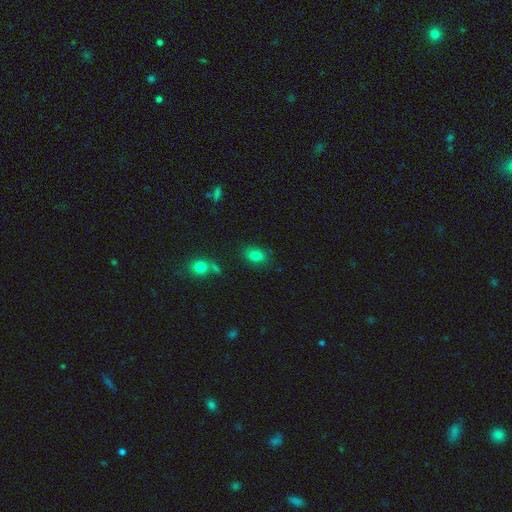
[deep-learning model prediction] Smooth or featured?
  - smooth: 80% *
  - star or artifact: 12%
  - featured or disk: 8%
How rounded?
  - in between: 73% *
  - round: 26%
  - cigar-shaped: 2%
Merging?
  - none: 81% *
  - minor disturbance: 12%
  - merger: 4%
  - major disturbance: 3%